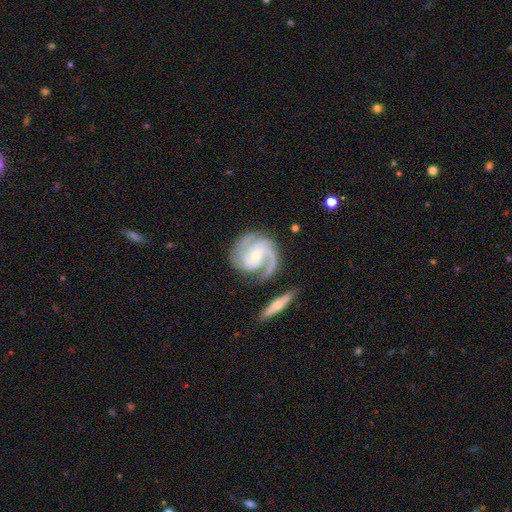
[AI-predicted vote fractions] The model was most divided on "bulge size": moderate: 49%, small: 48%, large: 2%, none: 1%, dominant: 1%. Remaining: spiral arms — yes (98%); edge-on disk — no (98%); smooth or featured — featured or disk (92%); merging — none (71%); bar — no (61%); spiral winding — tight (58%); spiral arm count — 2 (46%).